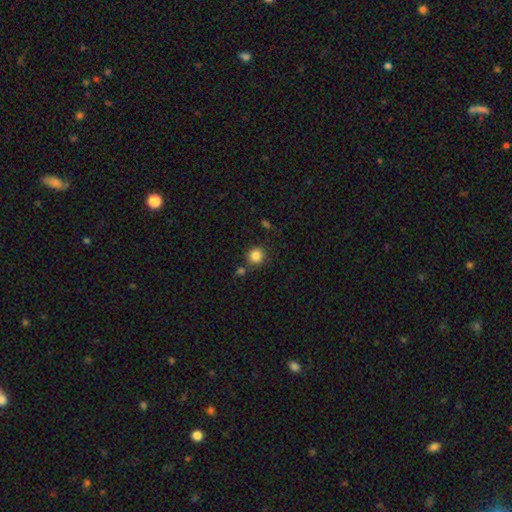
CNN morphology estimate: Q: Smooth or featured?
A: smooth (85%); runner-up: star or artifact (10%)
Q: How rounded?
A: round (91%); runner-up: in between (8%)
Q: Merging?
A: none (80%); runner-up: minor disturbance (9%)